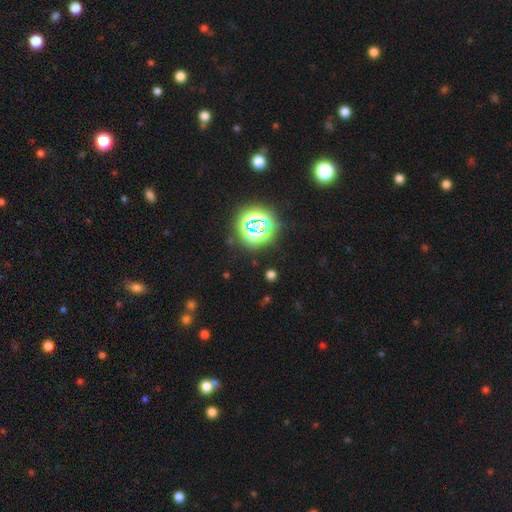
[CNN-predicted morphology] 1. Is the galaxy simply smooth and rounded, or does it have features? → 72% star or artifact, 22% smooth, 7% featured or disk.